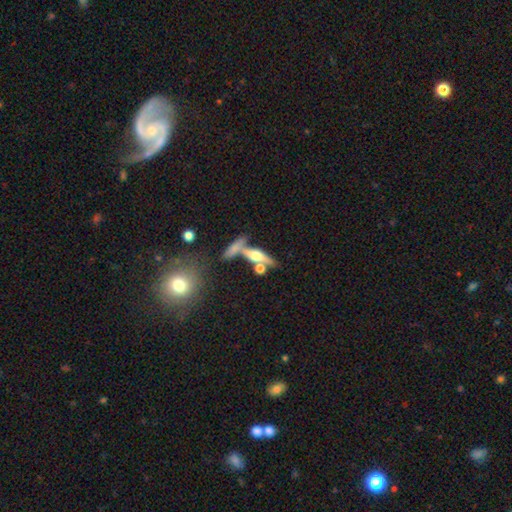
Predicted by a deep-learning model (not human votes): smooth-or-featured: featured or disk: 60% | smooth: 31% | star or artifact: 9%
  disk-edge-on: yes: 87% | no: 13%
    edge-on-bulge: rounded: 88% | boxy: 8% | none: 4%
  merging: none: 54% | merger: 28% | minor disturbance: 12% | major disturbance: 6%